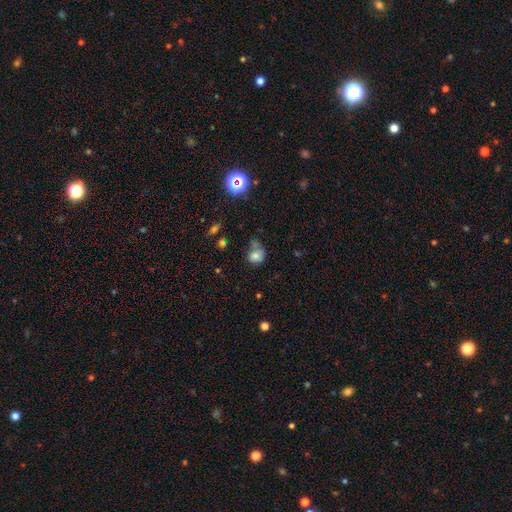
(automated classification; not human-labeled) Smooth or featured? smooth (73%)
How rounded? round (61%)
Merging? none (37%)